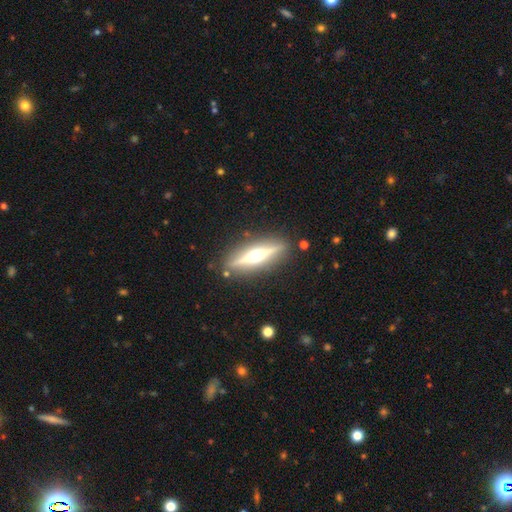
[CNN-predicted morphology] This is likely a featured or disk galaxy (77%). It is clearly viewed edge-on (96%). Edge-on bulge: clearly rounded (95%). Merging: clearly none (88%).